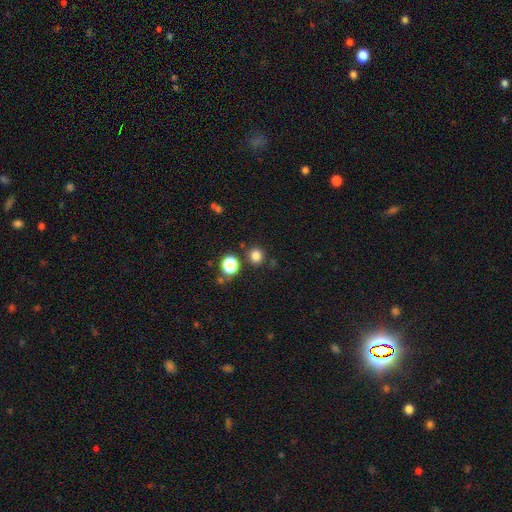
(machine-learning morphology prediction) smooth 80%, star or artifact 16%, featured or disk 4%. Down the decision tree: how rounded — round (89%); merging — none (85%).